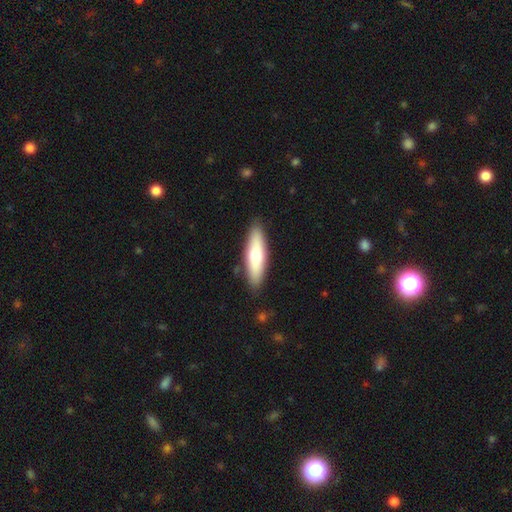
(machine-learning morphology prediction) Smooth or featured? Predicted: smooth (p=0.69). How rounded? Predicted: cigar-shaped (p=0.59). Merging? Predicted: none (p=0.87).